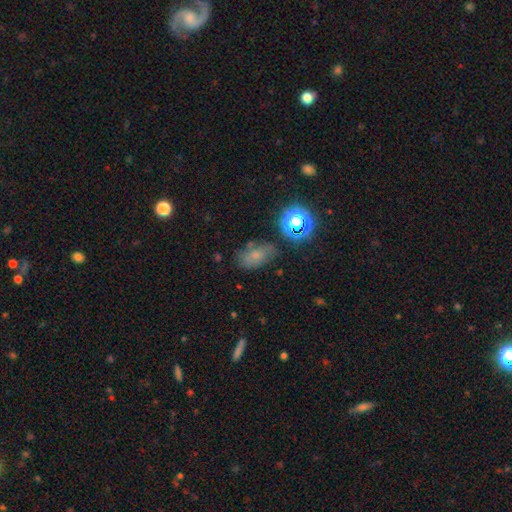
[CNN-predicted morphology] smooth-or-featured: smooth: 61% | star or artifact: 23% | featured or disk: 16%
  how-rounded: in between: 83% | round: 14% | cigar-shaped: 3%
  merging: none: 67% | minor disturbance: 21% | major disturbance: 7% | merger: 5%